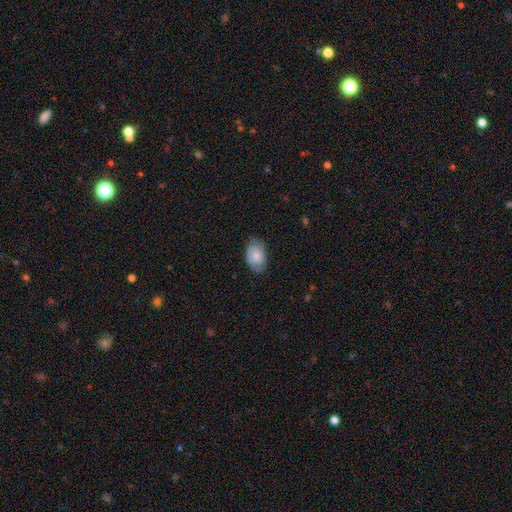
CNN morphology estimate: This is likely a smooth galaxy (77%). How rounded: clearly in between (88%). Merging: likely none (74%).